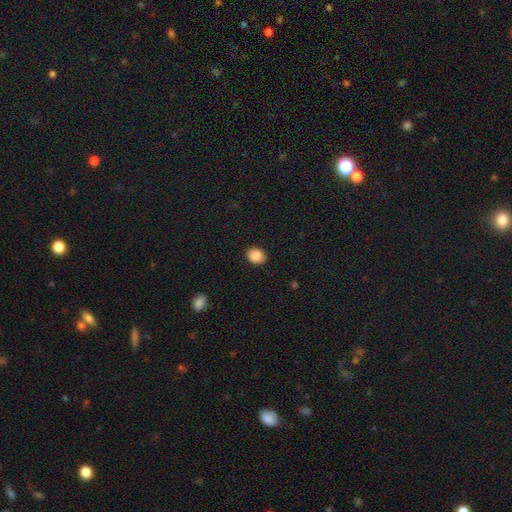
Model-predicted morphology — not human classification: A smooth galaxy with no disk features (88%) that is in between round and cigar-shaped (54%). Merging: none (89%).